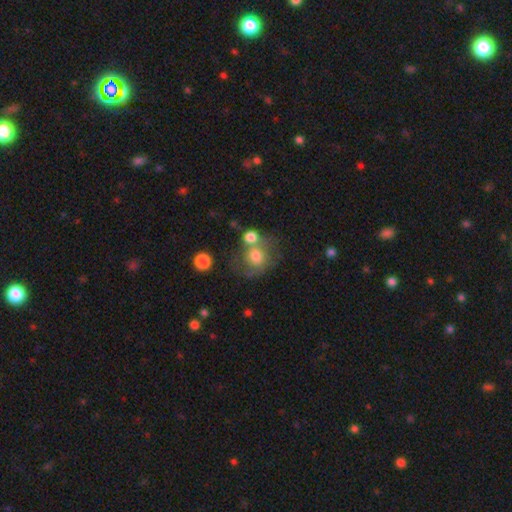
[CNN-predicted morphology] This appears to be a smooth galaxy with no disk features (65%) that is round (76%). Merging: merger (40%).